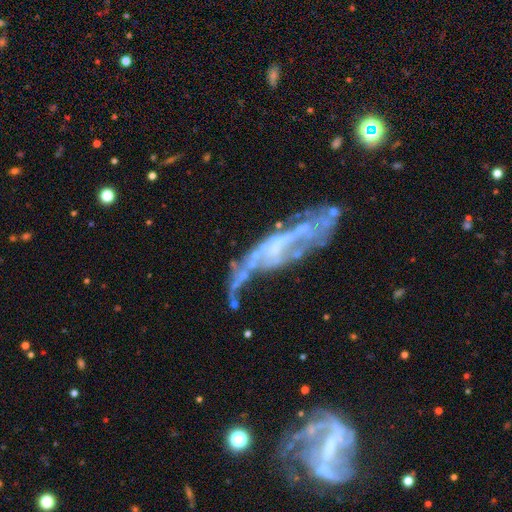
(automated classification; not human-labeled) Morphology: type=featured or disk (72%); edge-on=no (69%); merging=none (32%).